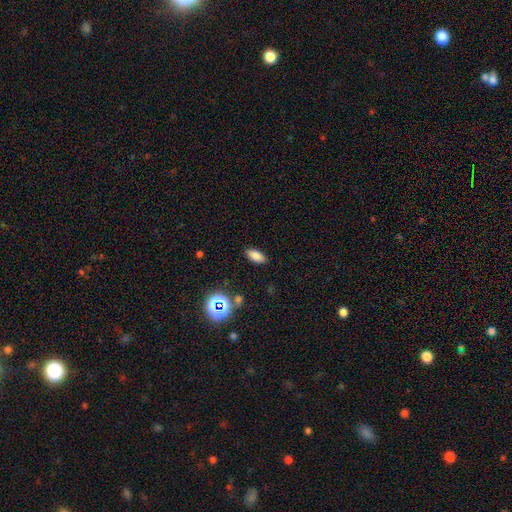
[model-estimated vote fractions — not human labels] smooth 79%, star or artifact 13%, featured or disk 8%. Down the decision tree: how rounded — in between (86%); merging — none (87%).